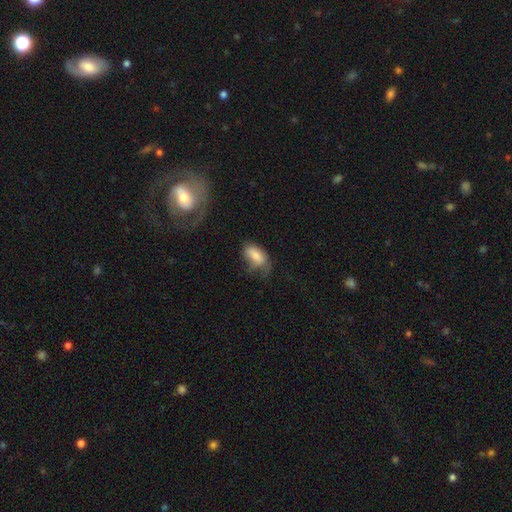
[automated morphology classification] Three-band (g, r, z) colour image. It shows a smooth galaxy with no disk features (76%) that is in between round and cigar-shaped (92%). Merging: minor disturbance (33%, tied with none).